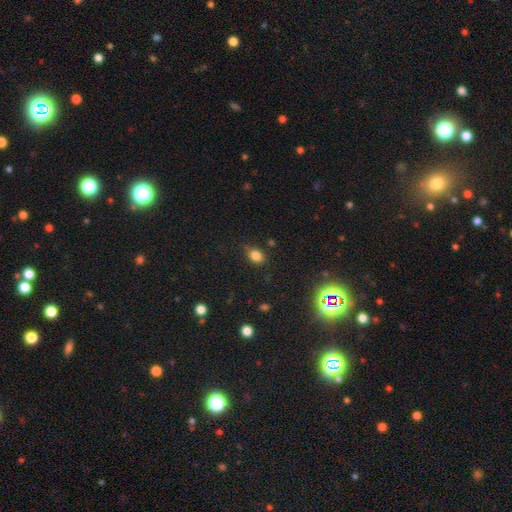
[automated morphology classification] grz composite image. It shows a smooth galaxy with no disk features (80%) that is in between round and cigar-shaped (57%). Merging: none (70%).